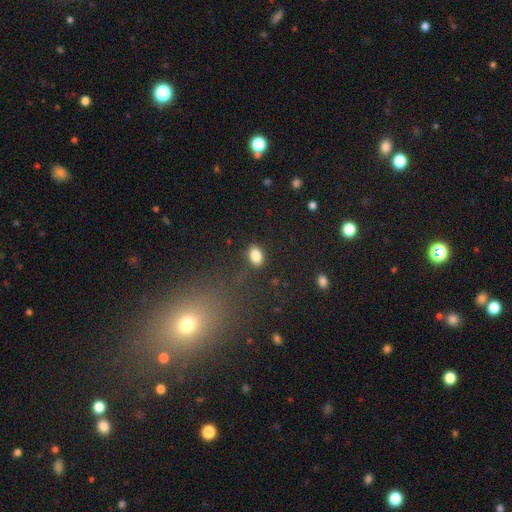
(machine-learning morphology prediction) A smooth galaxy with no disk features (84%) that is in between round and cigar-shaped (88%). Merging: none (84%).